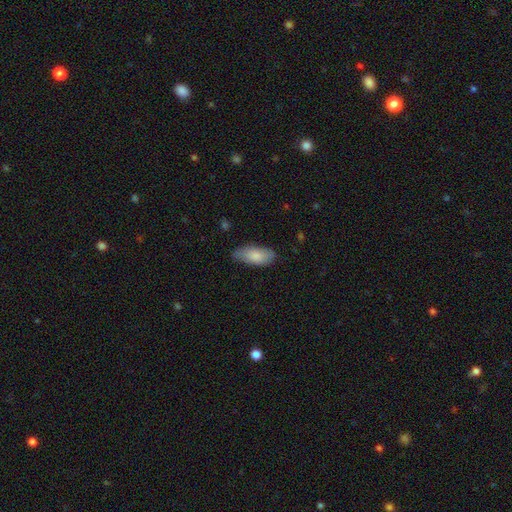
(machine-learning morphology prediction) A smooth galaxy with no disk features (82%) that is in between round and cigar-shaped (88%). Merging: none (67%).